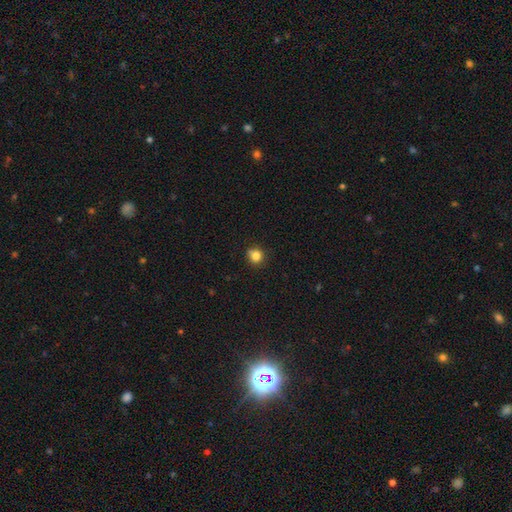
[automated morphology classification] This is clearly a smooth galaxy (81%). How rounded: clearly round (85%). Merging: likely none (71%).